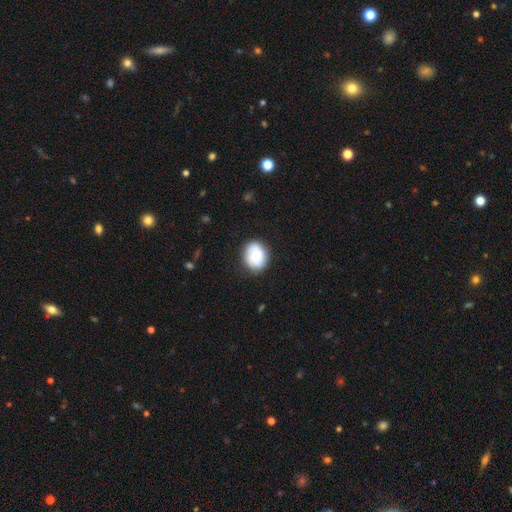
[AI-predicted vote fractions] The model was most divided on "how rounded": round: 57%, in between: 42%, cigar-shaped: 1%. More confident: merging — none (82%); smooth or featured — smooth (73%).